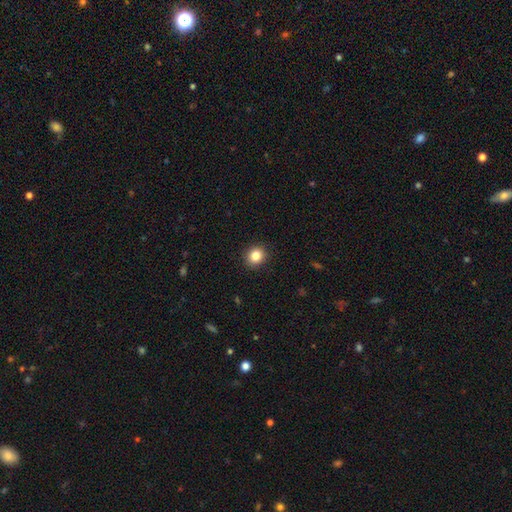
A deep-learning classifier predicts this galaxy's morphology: A smooth galaxy with no disk features (83%) that is round (81%). Merging: none (91%).